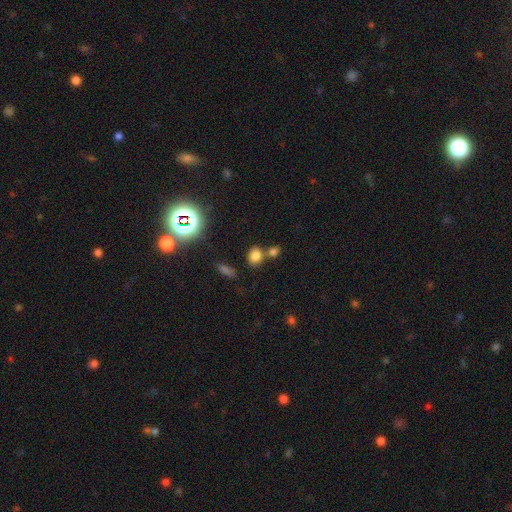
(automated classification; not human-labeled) A smooth galaxy with no disk features (74%) that is in between round and cigar-shaped (52%). Merging: none (59%).